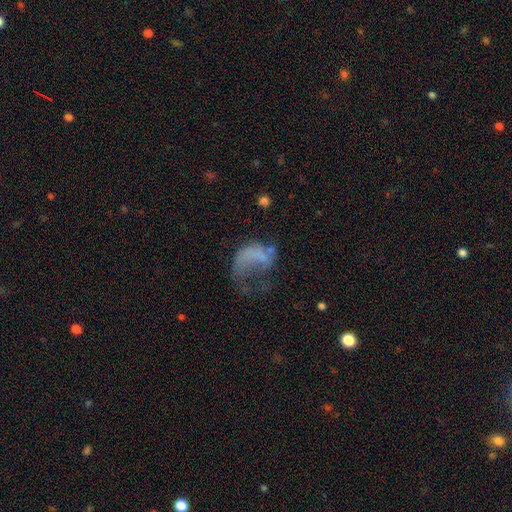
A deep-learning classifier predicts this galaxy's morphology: smooth_or_featured: featured or disk (p=0.45) [alt: smooth p=0.40]
merging: major disturbance (p=0.60) [alt: none p=0.20]